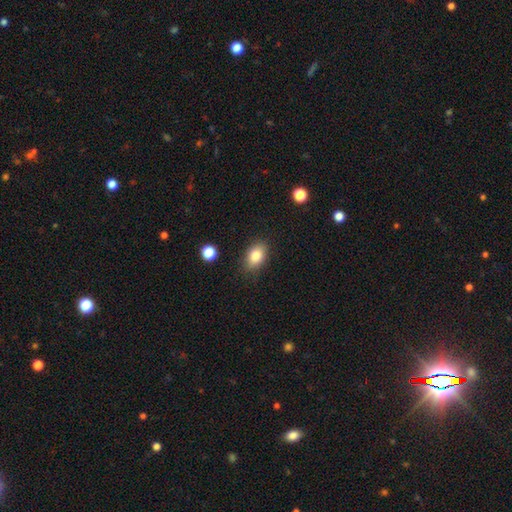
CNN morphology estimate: smooth 84%, star or artifact 9%, featured or disk 8%. Down the decision tree: how rounded — in between (84%); merging — none (85%).